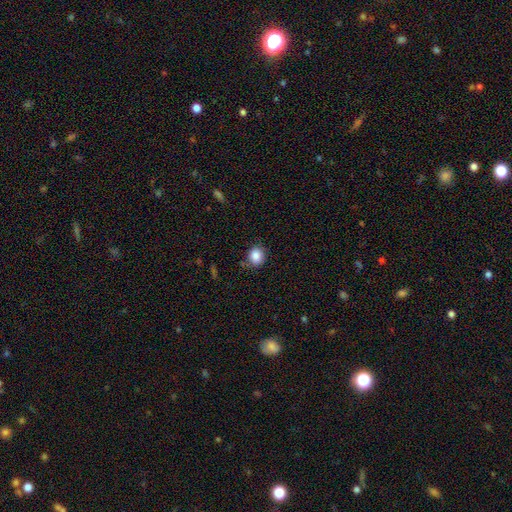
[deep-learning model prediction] Overall: smooth (85%). How rounded: round (75%). Merging: none (82%).